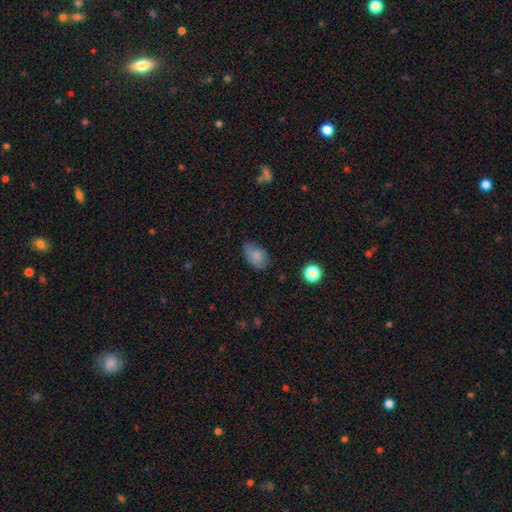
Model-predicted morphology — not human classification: Smooth or featured? Predicted: smooth (p=0.79). How rounded? Predicted: in between (p=0.86). Merging? Predicted: none (p=0.64).